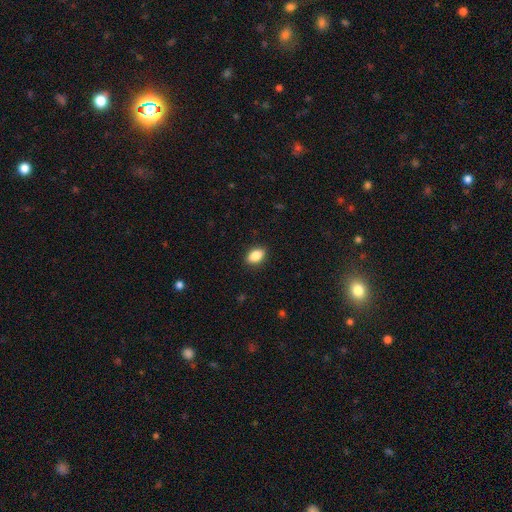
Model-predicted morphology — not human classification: This appears to be a smooth galaxy with no disk features (87%) that is in between round and cigar-shaped (88%). Merging: none (89%).